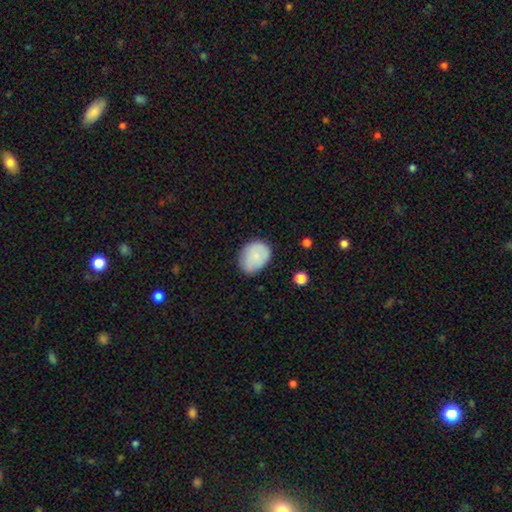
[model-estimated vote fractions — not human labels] This is clearly a smooth galaxy (80%). How rounded: likely in between (62%). Merging: likely none (68%).